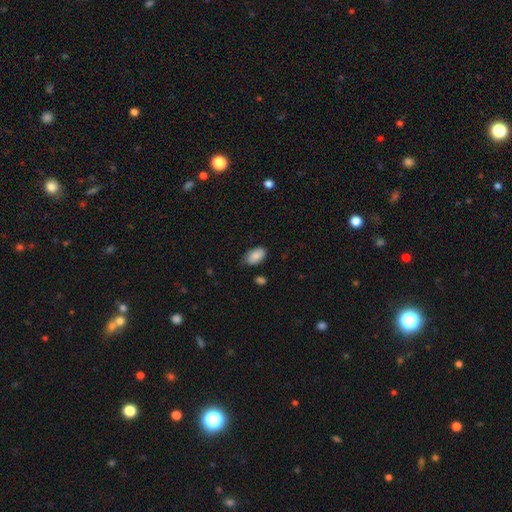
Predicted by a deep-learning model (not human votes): This appears to be a smooth galaxy with no disk features (87%) that is in between round and cigar-shaped (94%). Merging: none (75%).